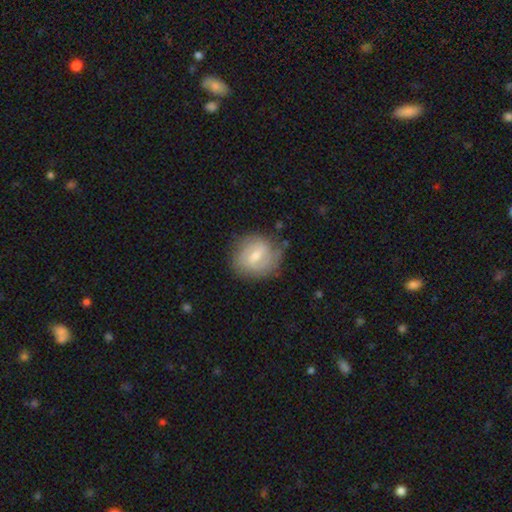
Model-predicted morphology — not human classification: Smooth or featured: featured or disk — 61% (smooth — 33%)
Edge-on disk: no — 97% (yes — 3%)
Bar: weak — 61% (strong — 21%)
Spiral arms: yes — 80% (no — 20%)
Bulge size: moderate — 51% (small — 40%)
Merging: none — 72% (minor disturbance — 19%)